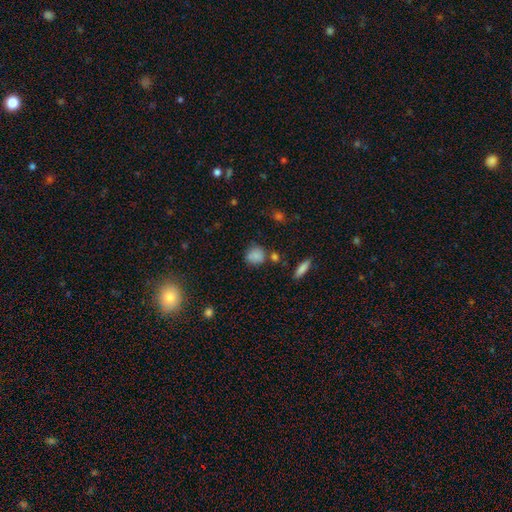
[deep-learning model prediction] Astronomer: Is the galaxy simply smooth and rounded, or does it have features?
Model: smooth — 82%.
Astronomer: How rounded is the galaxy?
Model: round — 77%.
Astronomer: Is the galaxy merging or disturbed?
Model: none — 70%.